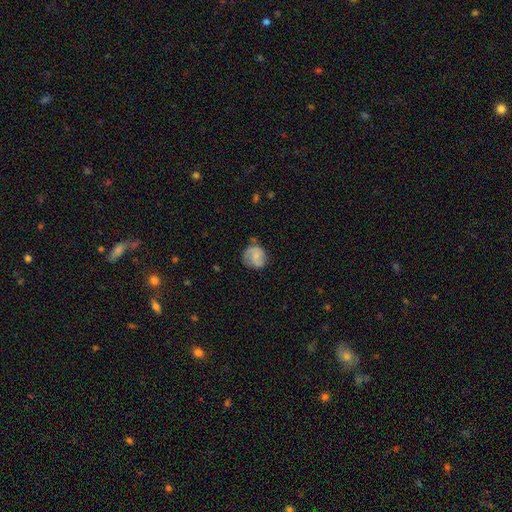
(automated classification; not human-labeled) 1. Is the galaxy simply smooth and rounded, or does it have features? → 58% smooth, 34% featured or disk, 8% star or artifact.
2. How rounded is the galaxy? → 81% round, 18% in between, 1% cigar-shaped.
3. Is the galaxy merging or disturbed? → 64% none, 25% minor disturbance, 9% major disturbance, 3% merger.